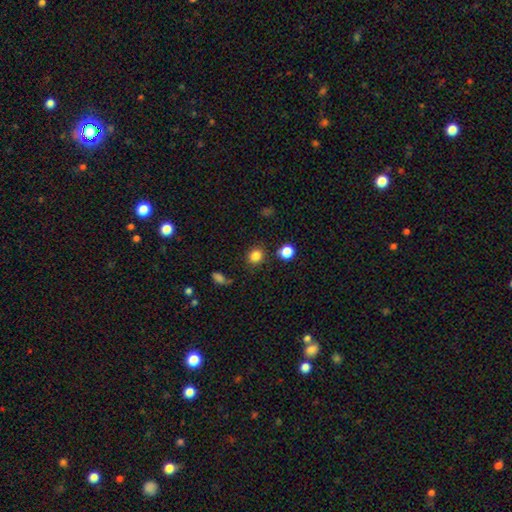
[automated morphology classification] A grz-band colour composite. It shows a smooth galaxy with no disk features (84%) that is round (80%). Merging: none (84%).